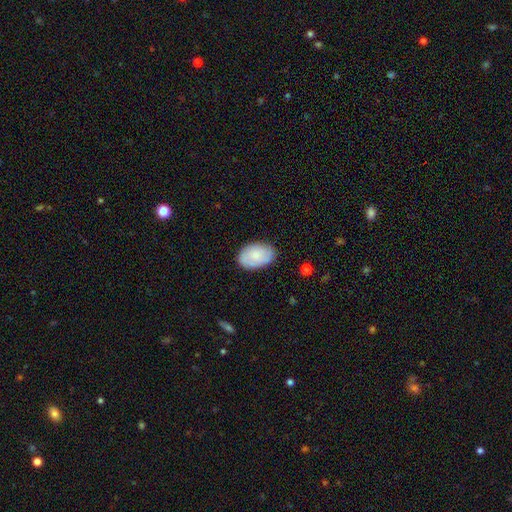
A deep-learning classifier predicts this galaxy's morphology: Smooth or featured?
  - smooth: 74% *
  - featured or disk: 20%
  - star or artifact: 7%
How rounded?
  - in between: 87% *
  - round: 12%
  - cigar-shaped: 1%
Merging?
  - none: 81% *
  - minor disturbance: 15%
  - major disturbance: 3%
  - merger: 1%